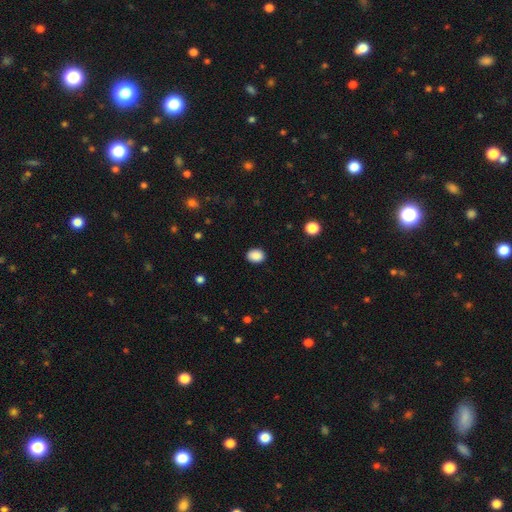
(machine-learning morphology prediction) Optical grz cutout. It shows a smooth galaxy with no disk features (89%) that is in between round and cigar-shaped (60%). Merging: none (88%).